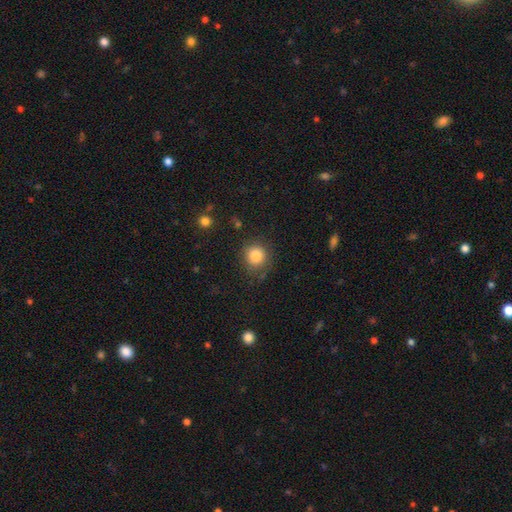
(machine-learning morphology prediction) type=smooth (84%); roundness=round (89%); merging=none (82%).